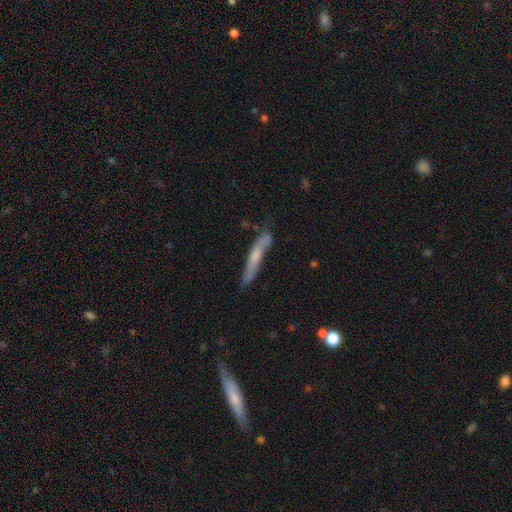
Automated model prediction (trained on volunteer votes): Smooth or featured? smooth (48%)
Merging? none (70%)